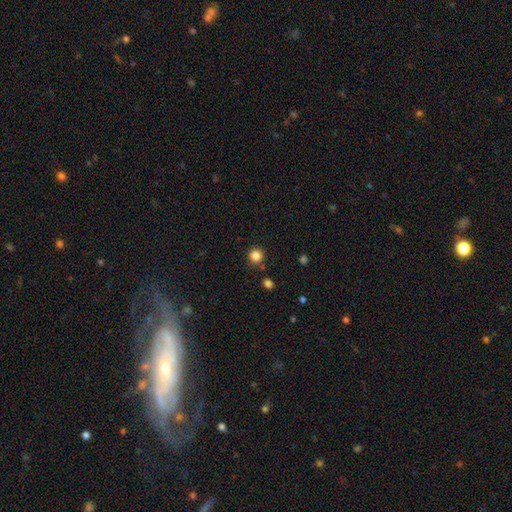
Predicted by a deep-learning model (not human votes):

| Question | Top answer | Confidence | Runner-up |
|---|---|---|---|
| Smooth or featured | smooth | 84% | star or artifact (12%) |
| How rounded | round | 95% | in between (5%) |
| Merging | none | 87% | minor disturbance (7%) |